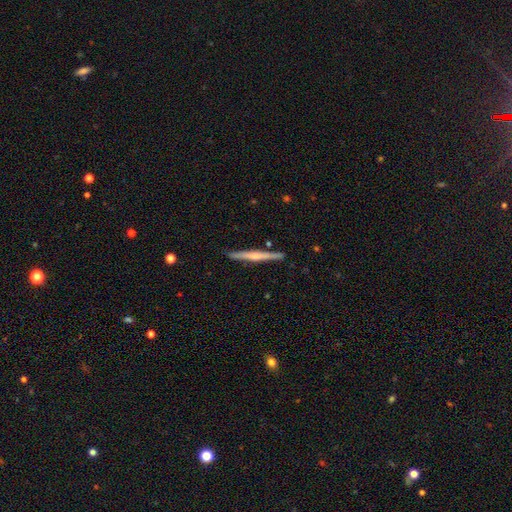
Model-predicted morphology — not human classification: A featured or disk galaxy (62%) viewed edge-on (98%) with a rounded central bulge (55%). Merging: none (90%).